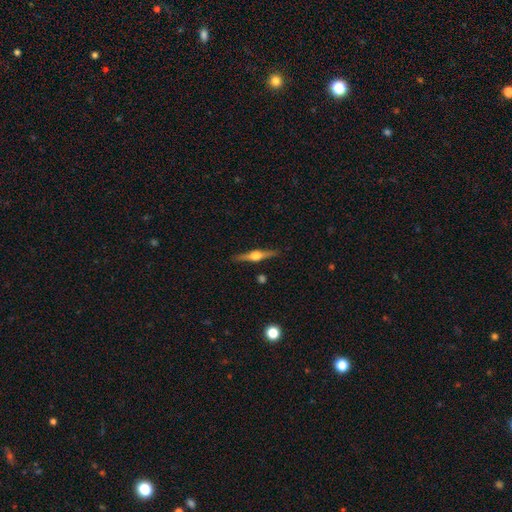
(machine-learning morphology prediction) A featured or disk galaxy (79%) viewed edge-on (98%) with a rounded central bulge (95%).

Vote fractions:
- Smooth or featured? featured or disk: 79% / smooth: 15% / star or artifact: 6%
- Edge-on disk? yes: 98% / no: 2%
- Edge-on bulge? rounded: 95% / boxy: 4% / none: 2%
- Merging? none: 90% / minor disturbance: 7% / major disturbance: 2% / merger: 1%